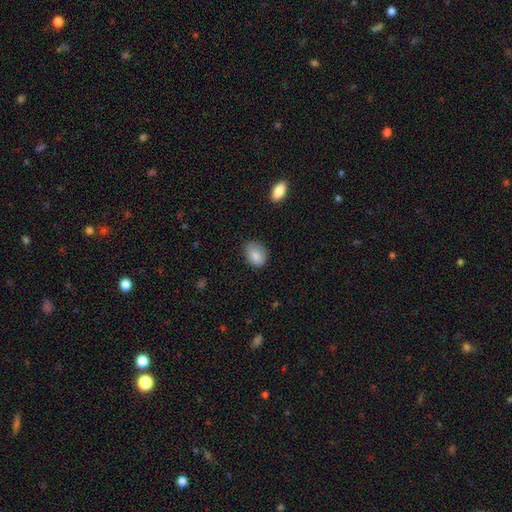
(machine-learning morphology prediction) A smooth galaxy with no disk features (83%) that is in between round and cigar-shaped (68%).

Vote fractions:
- Smooth or featured? smooth: 83% / featured or disk: 9% / star or artifact: 8%
- How rounded? in between: 68% / round: 31% / cigar-shaped: 1%
- Merging? none: 69% / minor disturbance: 25% / major disturbance: 5% / merger: 1%